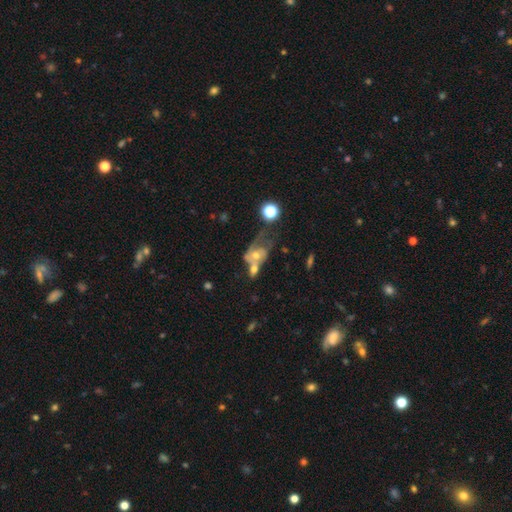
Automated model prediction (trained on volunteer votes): This appears to be a featured or disk galaxy (55%) with no bar (75%), spiral arms (63%) and a moderate central bulge (56%). Merging: merger (49%).